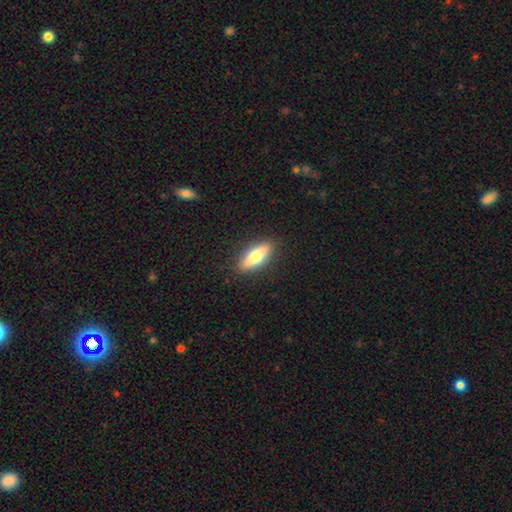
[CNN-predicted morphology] smooth-or-featured: smooth: 59% | featured or disk: 35% | star or artifact: 6%
  how-rounded: in between: 53% | cigar-shaped: 44% | round: 3%
  merging: none: 89% | minor disturbance: 8% | major disturbance: 2% | merger: 1%